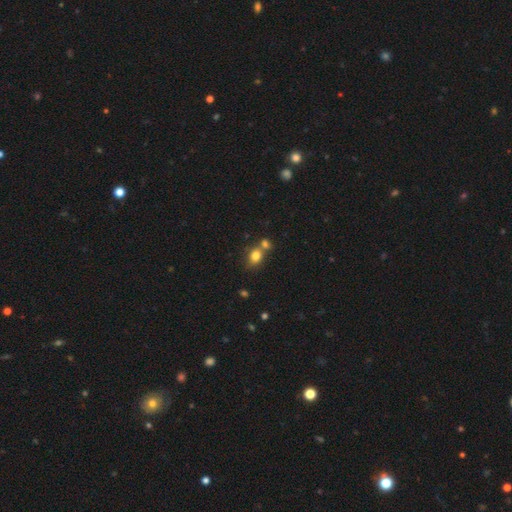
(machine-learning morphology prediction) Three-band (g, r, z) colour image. It shows a smooth galaxy with no disk features (81%) that is round (50%). Merging: none (50%).